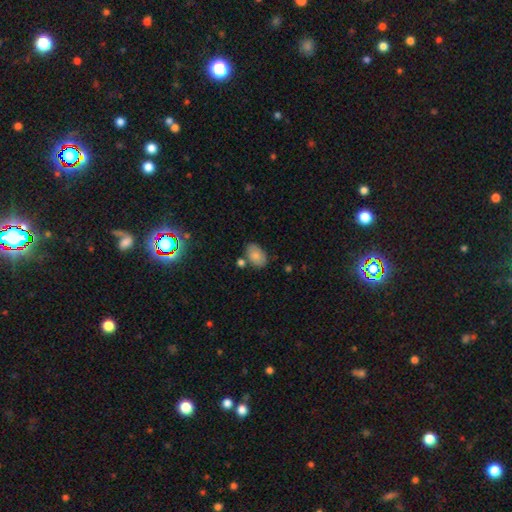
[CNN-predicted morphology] Smooth or featured?
  - smooth: 82% *
  - featured or disk: 10%
  - star or artifact: 8%
How rounded?
  - in between: 88% *
  - round: 11%
  - cigar-shaped: 1%
Merging?
  - none: 71% *
  - minor disturbance: 16%
  - merger: 9%
  - major disturbance: 4%